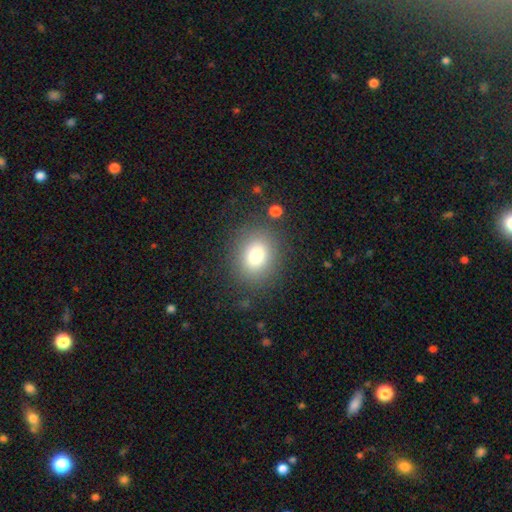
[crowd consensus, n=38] This appears to be a smooth galaxy with no disk features (95%) that is in between round and cigar-shaped (56%). Merging: none (84%).